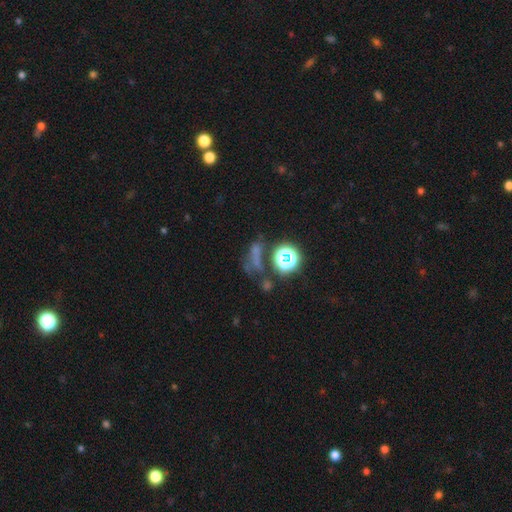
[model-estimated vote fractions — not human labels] This is possibly a star or artifact rather than a galaxy (47%).